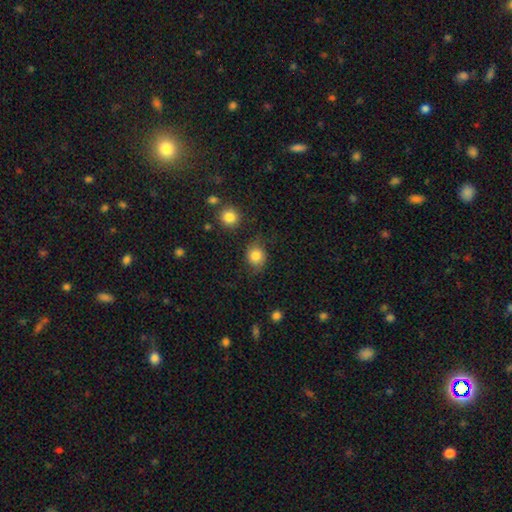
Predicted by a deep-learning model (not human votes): Overall: smooth (82%). How rounded: round (75%). Merging: none (71%).